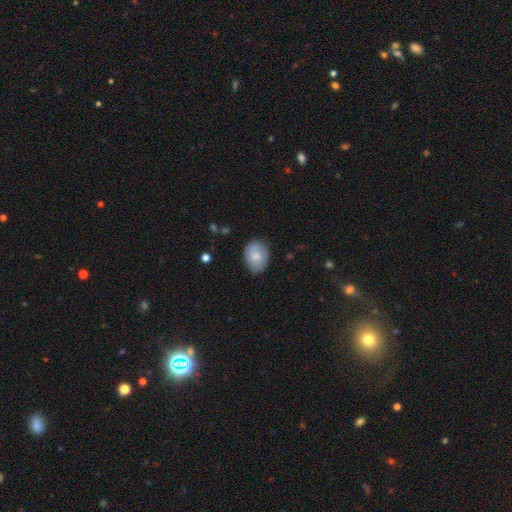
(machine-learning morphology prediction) A smooth galaxy with no disk features (75%) that is in between round and cigar-shaped (71%). Merging: none (77%).